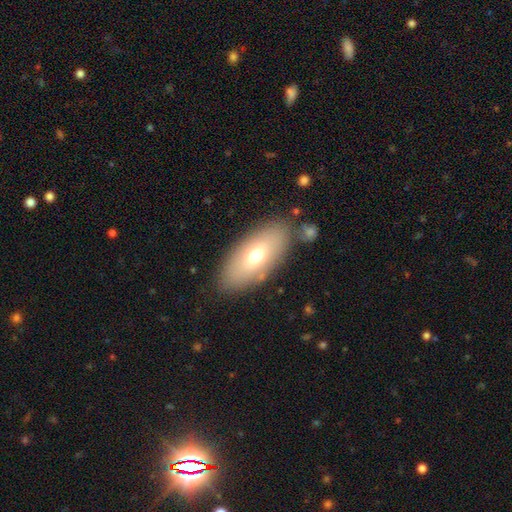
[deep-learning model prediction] Overall: smooth (65%; featured or disk 27%). How rounded: in between (88%). Merging: none (80%).